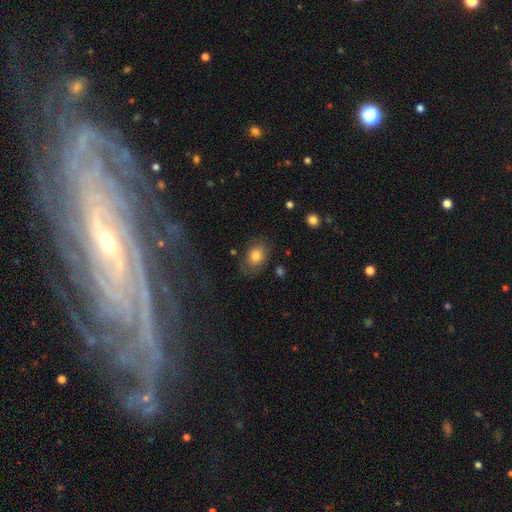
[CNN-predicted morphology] smooth_or_featured: smooth (p=0.77) [alt: featured or disk p=0.14]
how_rounded: in between (p=0.67) [alt: round p=0.32]
merging: none (p=0.72) [alt: minor disturbance p=0.19]